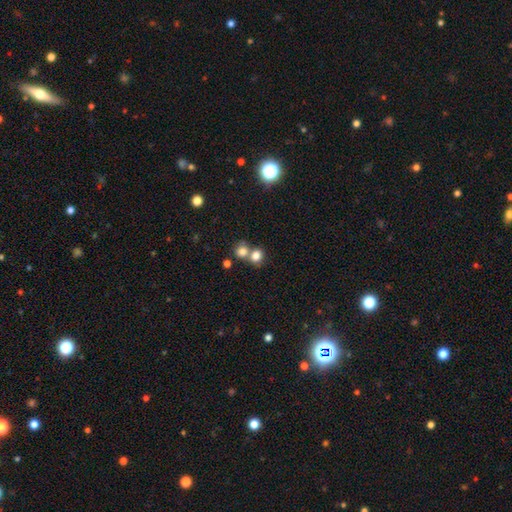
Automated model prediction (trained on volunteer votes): smooth_or_featured: smooth (p=0.80) [alt: star or artifact p=0.12]
how_rounded: round (p=0.73) [alt: in between p=0.26]
merging: merger (p=0.48) [alt: none p=0.42]